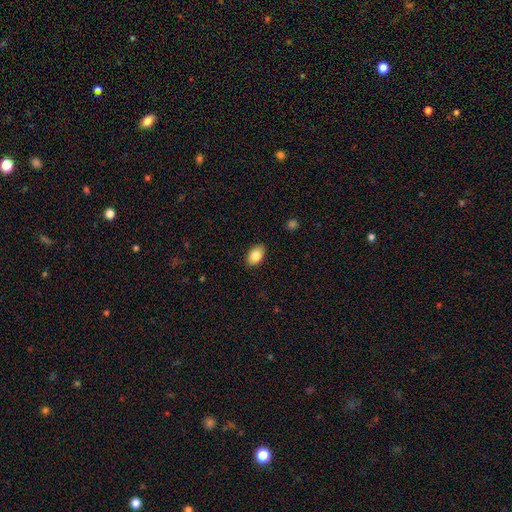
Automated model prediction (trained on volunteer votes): Smooth or featured? Predicted: smooth (p=0.84). How rounded? Predicted: in between (p=0.88). Merging? Predicted: none (p=0.88).